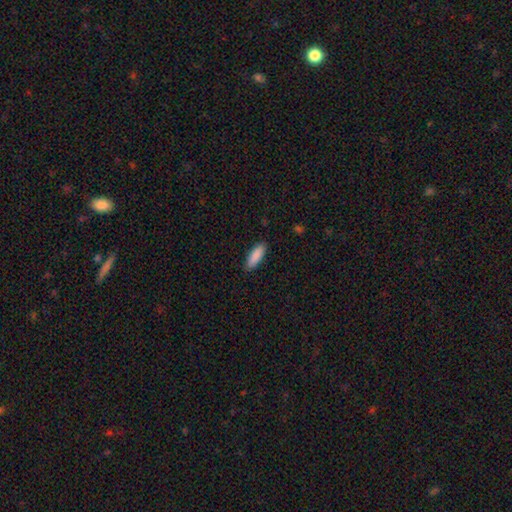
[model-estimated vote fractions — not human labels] smooth 89%, star or artifact 6%, featured or disk 5%. Down the decision tree: how rounded — in between (57%); merging — none (88%).